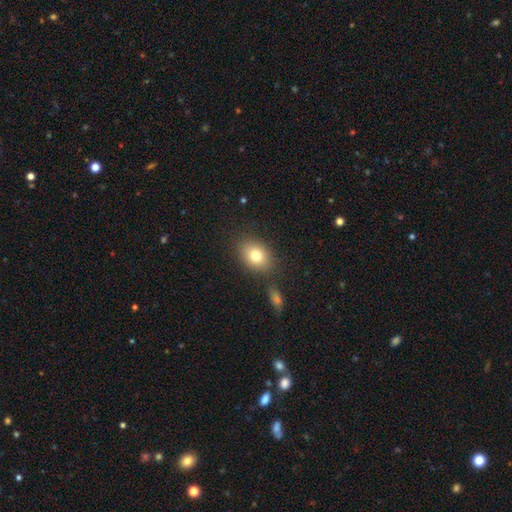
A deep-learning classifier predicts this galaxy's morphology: Smooth or featured?
  - smooth: 79% *
  - featured or disk: 11%
  - star or artifact: 10%
How rounded?
  - in between: 66% *
  - round: 33%
  - cigar-shaped: 1%
Merging?
  - none: 77% *
  - minor disturbance: 12%
  - merger: 7%
  - major disturbance: 4%